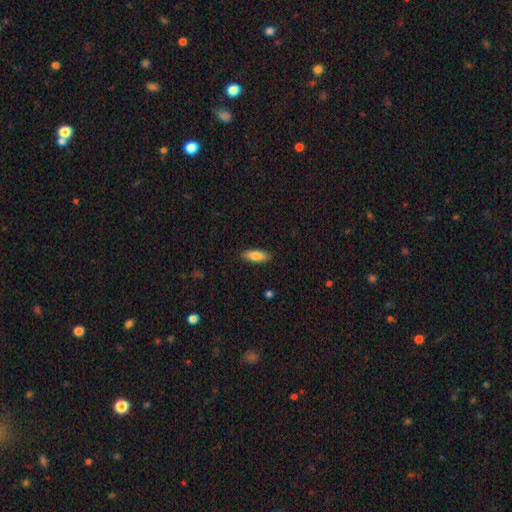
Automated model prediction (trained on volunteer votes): Smooth or featured?
  - smooth: 84% *
  - featured or disk: 10%
  - star or artifact: 6%
How rounded?
  - in between: 64% *
  - cigar-shaped: 34%
  - round: 2%
Merging?
  - none: 88% *
  - minor disturbance: 9%
  - major disturbance: 2%
  - merger: 1%